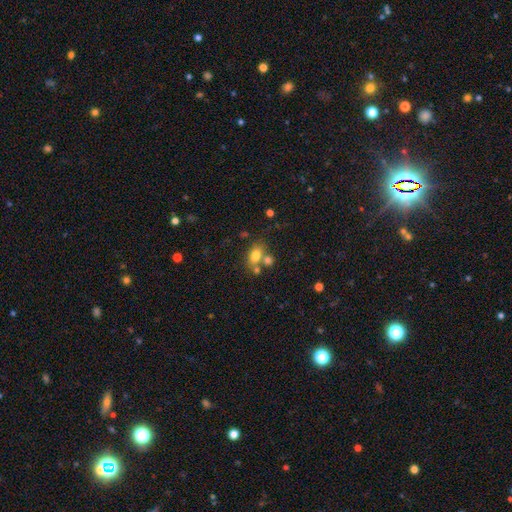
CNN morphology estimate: Overall: smooth (76%). How rounded: in between (80%). Merging: none (53%; merger 29%).